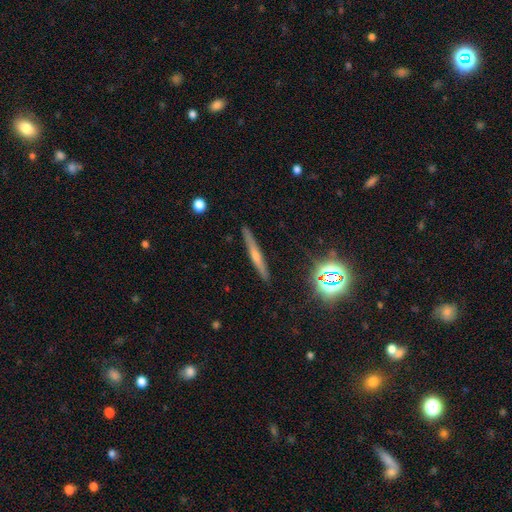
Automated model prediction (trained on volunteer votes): Morphology: type=featured or disk (54%); edge-on=yes (96%); edge-on bulge=rounded (65%); merging=none (90%).